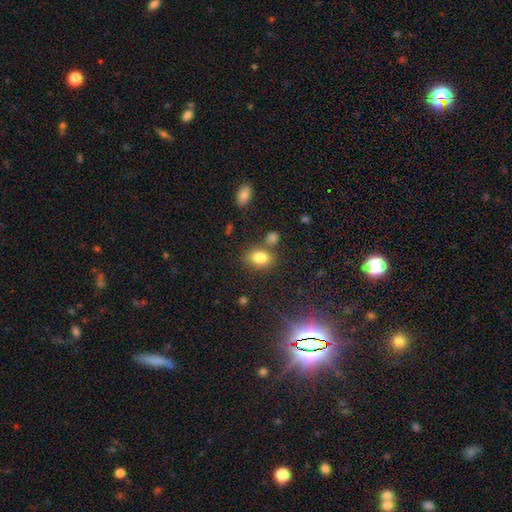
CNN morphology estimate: Smooth or featured: star or artifact — 49% (smooth — 42%)